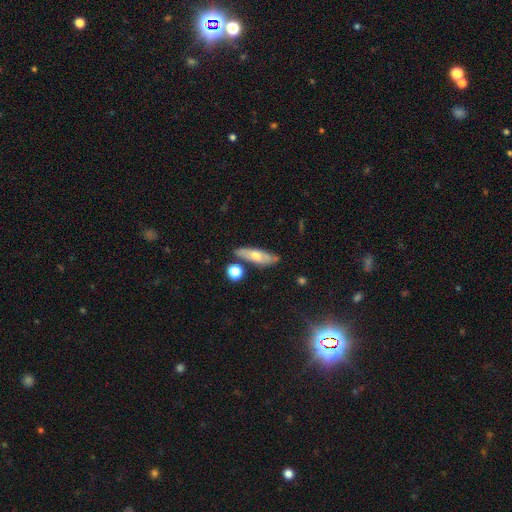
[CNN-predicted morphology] Smooth or featured: smooth — 51% (featured or disk — 41%)
How rounded: in between — 52% (cigar-shaped — 43%)
Merging: none — 72% (minor disturbance — 16%)